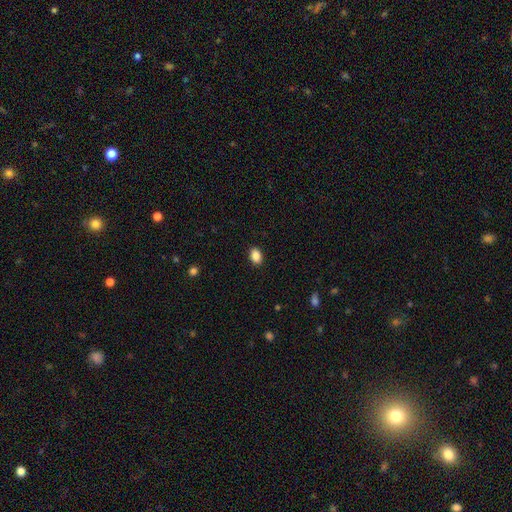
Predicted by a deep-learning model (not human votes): The model was most divided on "how rounded": in between: 83%, round: 15%, cigar-shaped: 1%. More confident: merging — none (90%); smooth or featured — smooth (89%).